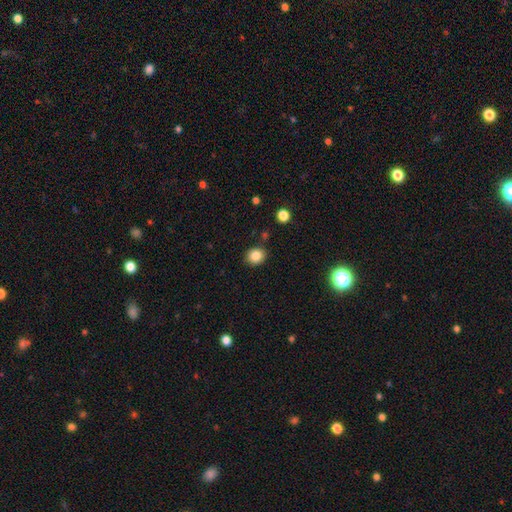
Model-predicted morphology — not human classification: smooth 85%, star or artifact 10%, featured or disk 5%. Down the decision tree: how rounded — round (74%); merging — none (86%).